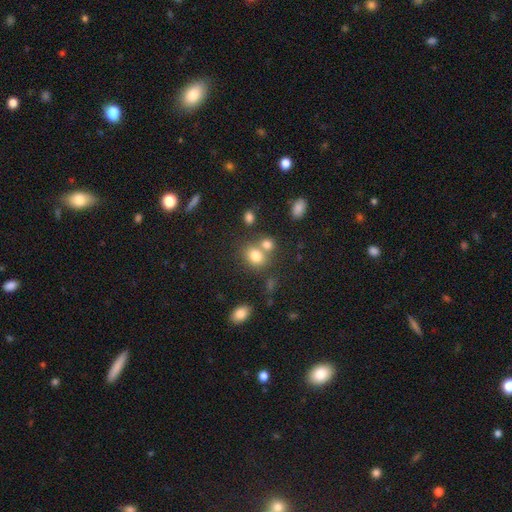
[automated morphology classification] type=smooth (78%); roundness=round (55%); merging=none (50%).